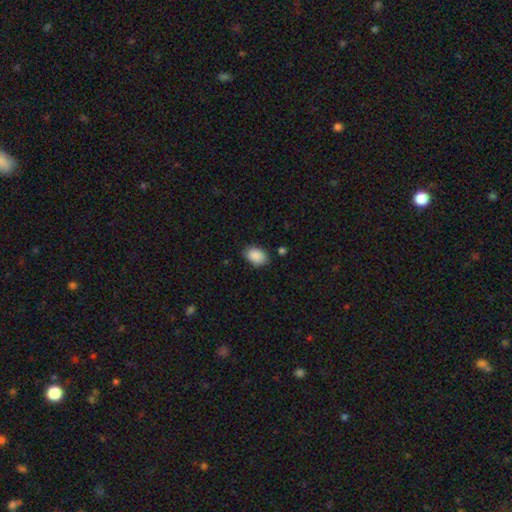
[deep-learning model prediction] Smooth or featured? Predicted: smooth (p=0.90). How rounded? Predicted: in between (p=0.83). Merging? Predicted: none (p=0.80).